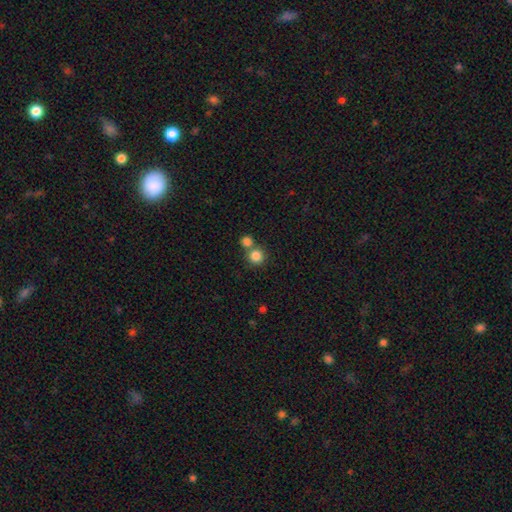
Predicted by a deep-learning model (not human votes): smooth 83%, star or artifact 11%, featured or disk 6%. Down the decision tree: how rounded — round (93%); merging — none (59%).